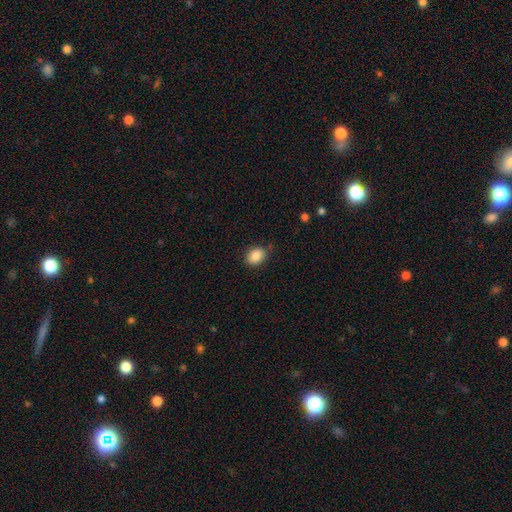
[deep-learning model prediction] This appears to be a smooth galaxy with no disk features (85%) that is in between round and cigar-shaped (63%). Merging: none (82%).